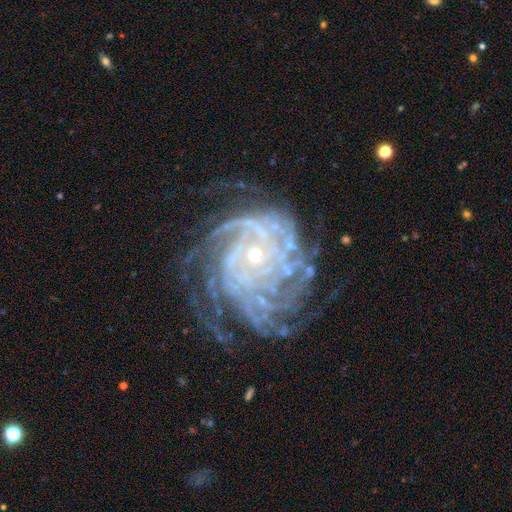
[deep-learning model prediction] This appears to be a featured or disk galaxy (89%) with no bar (75%), more than 4 (34%) tight (77%) spiral arms (97%) and a small central bulge (74%). Merging: none (64%).